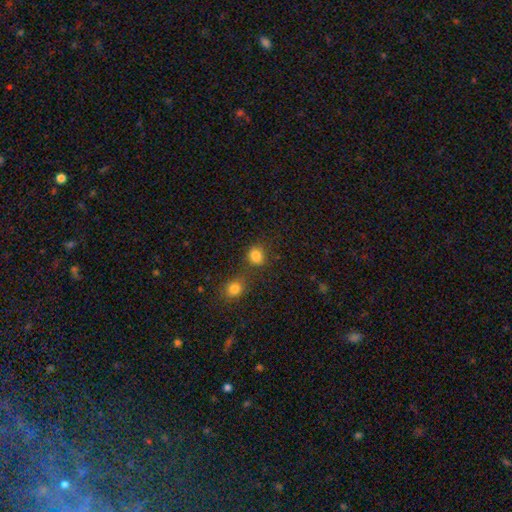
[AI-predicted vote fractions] A smooth galaxy with no disk features (82%) that is round (60%).

Vote fractions:
- Smooth or featured? smooth: 82% / star or artifact: 14% / featured or disk: 5%
- How rounded? round: 60% / in between: 38% / cigar-shaped: 1%
- Merging? none: 60% / merger: 20% / minor disturbance: 14% / major disturbance: 6%